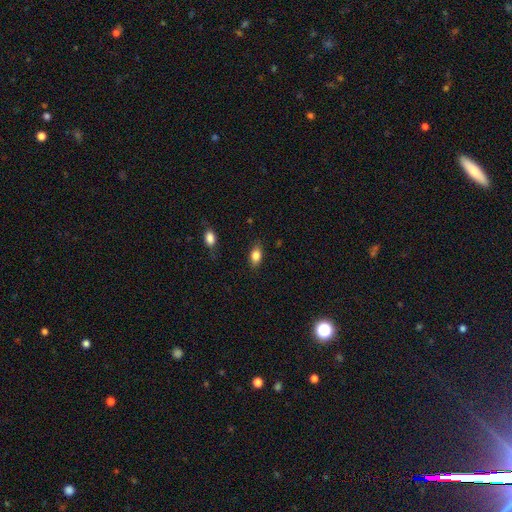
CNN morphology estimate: smooth_or_featured: smooth (p=0.83) [alt: star or artifact p=0.09]
how_rounded: in between (p=0.86) [alt: round p=0.11]
merging: none (p=0.83) [alt: minor disturbance p=0.13]